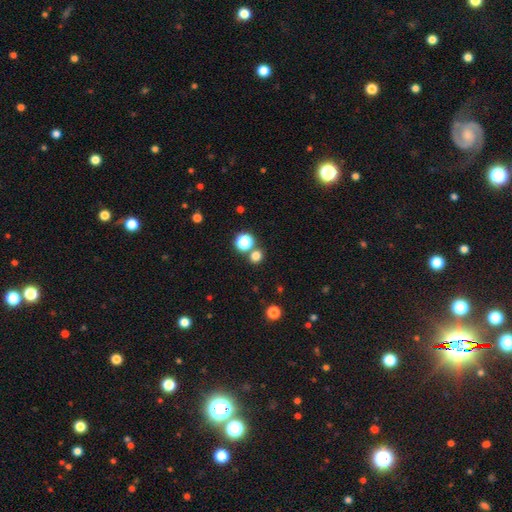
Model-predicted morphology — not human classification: A smooth galaxy with no disk features (74%) that is round (86%).

Vote fractions:
- Smooth or featured? smooth: 74% / star or artifact: 20% / featured or disk: 5%
- How rounded? round: 86% / in between: 13% / cigar-shaped: 1%
- Merging? none: 75% / merger: 15% / minor disturbance: 7% / major disturbance: 3%